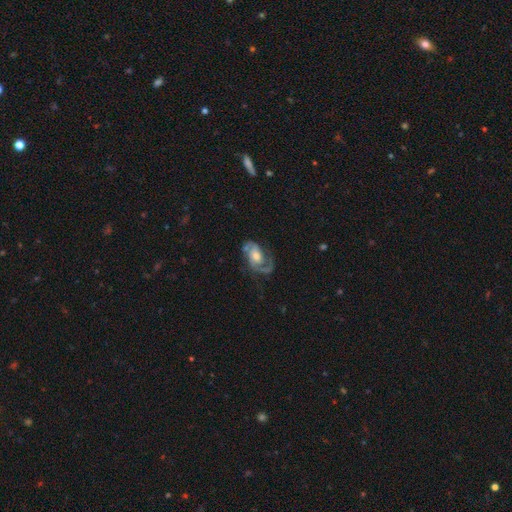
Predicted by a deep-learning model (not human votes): Morphology: type=featured or disk (86%); edge-on=no (97%); bar=no (56%); spiral arms=yes (96%); winding=medium (51%); arm count=2 (83%); bulge=moderate (60%); merging=none (66%).